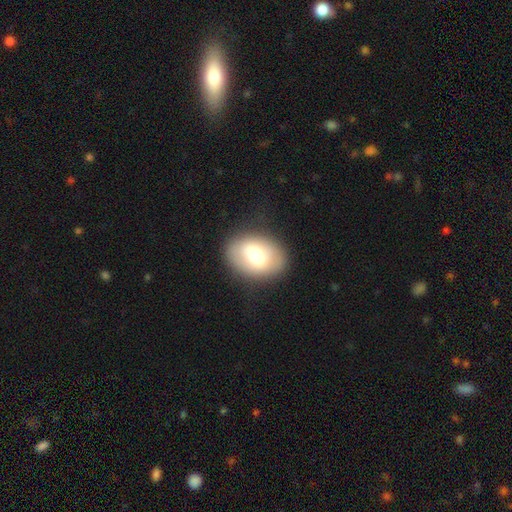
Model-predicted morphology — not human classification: The model was most divided on "smooth or featured": smooth: 67%, featured or disk: 26%, star or artifact: 8%. More confident: merging — none (83%); how rounded — in between (75%).